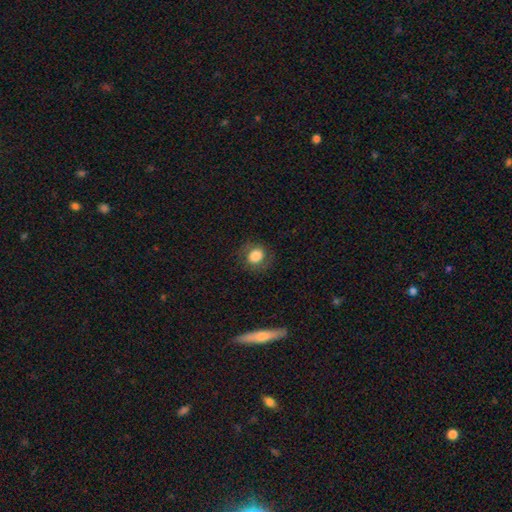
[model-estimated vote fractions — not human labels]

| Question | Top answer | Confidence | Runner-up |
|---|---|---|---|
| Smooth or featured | smooth | 76% | featured or disk (15%) |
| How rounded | round | 65% | in between (34%) |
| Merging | none | 79% | minor disturbance (14%) |